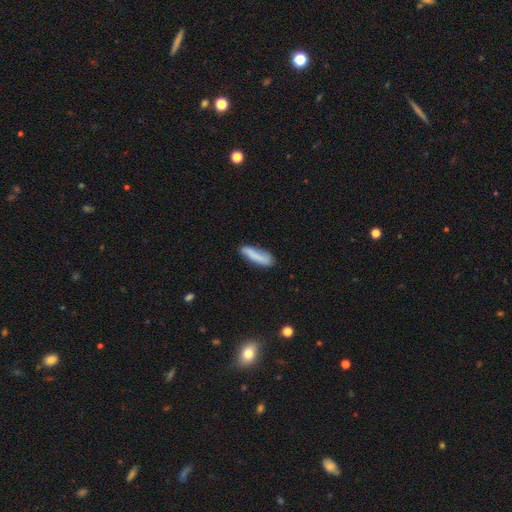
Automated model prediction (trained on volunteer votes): Morphology: type=smooth (76%); roundness=cigar-shaped (67%); merging=none (71%).